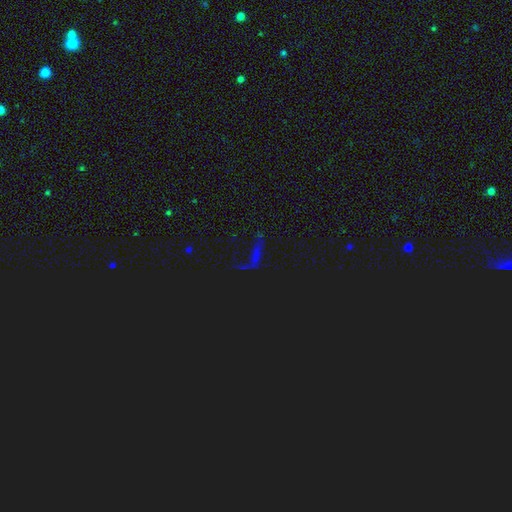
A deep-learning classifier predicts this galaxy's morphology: Q: Smooth or featured?
A: star or artifact (63%); runner-up: smooth (22%)